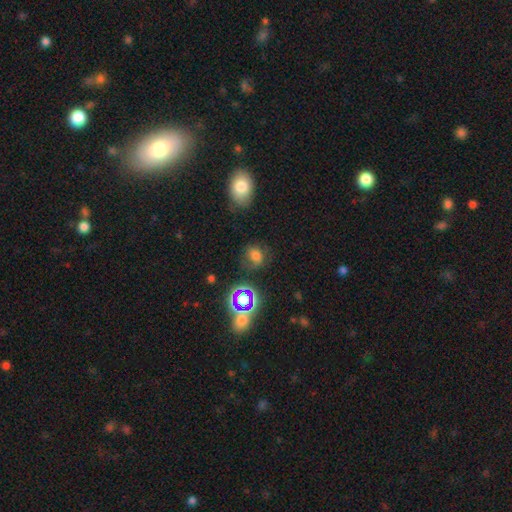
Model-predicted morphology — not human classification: This is likely a smooth galaxy (62%). How rounded: possibly round (58%). Merging: likely none (68%).